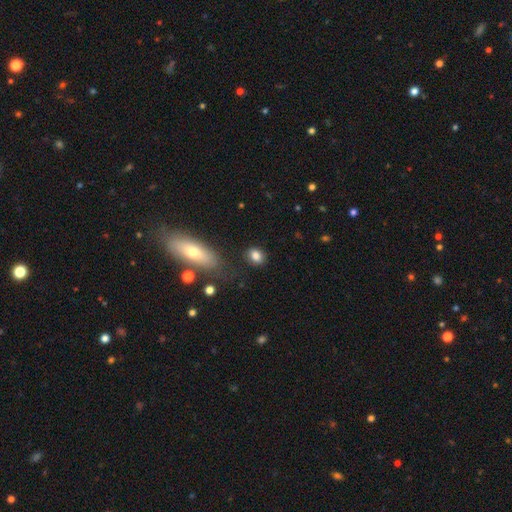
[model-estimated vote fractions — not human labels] smooth 83%, star or artifact 9%, featured or disk 8%. Down the decision tree: how rounded — in between (62%); merging — none (82%).